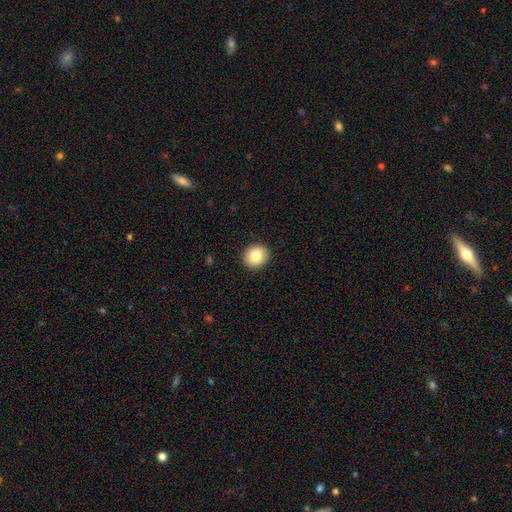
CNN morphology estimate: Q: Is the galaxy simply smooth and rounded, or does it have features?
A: smooth — 83%.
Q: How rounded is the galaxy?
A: round — 83%.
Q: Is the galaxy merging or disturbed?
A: none — 92%.